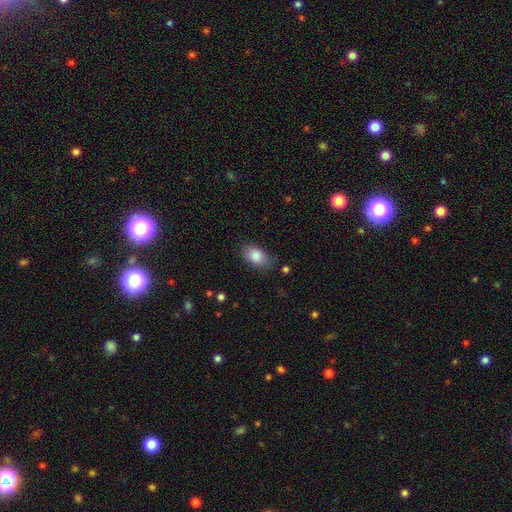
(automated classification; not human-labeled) This appears to be a smooth galaxy with no disk features (86%) that is in between round and cigar-shaped (90%). Merging: none (77%).